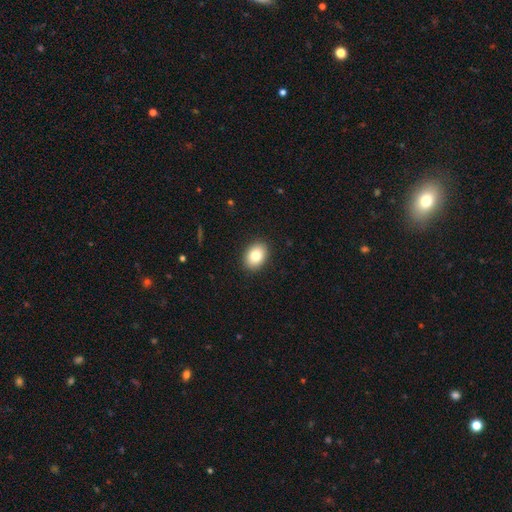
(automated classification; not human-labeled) Morphology: type=smooth (83%); roundness=in between (76%); merging=none (90%).